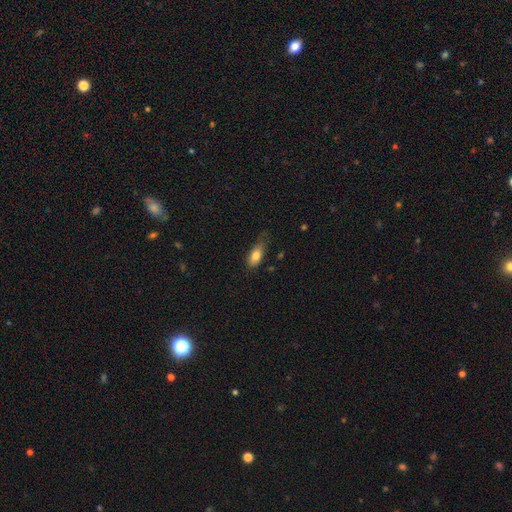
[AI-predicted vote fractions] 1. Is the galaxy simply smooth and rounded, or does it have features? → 80% smooth, 13% featured or disk, 7% star or artifact.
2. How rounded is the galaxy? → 83% in between, 14% cigar-shaped, 4% round.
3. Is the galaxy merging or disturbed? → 54% none, 34% minor disturbance, 10% major disturbance, 2% merger.